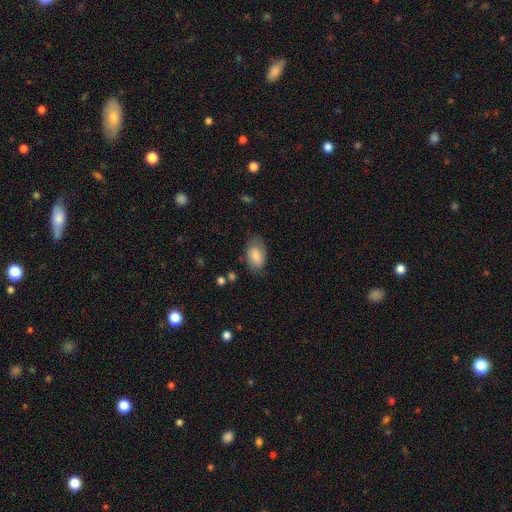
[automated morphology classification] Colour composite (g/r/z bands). It shows a smooth galaxy with no disk features (80%) that is in between round and cigar-shaped (92%). Merging: none (70%).